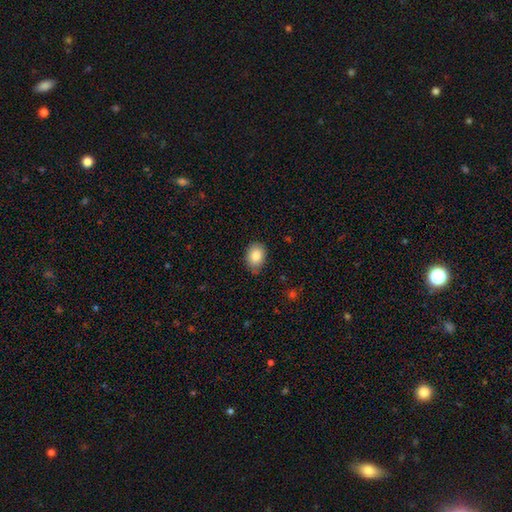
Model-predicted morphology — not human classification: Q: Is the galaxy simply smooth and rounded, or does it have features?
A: smooth — 85%.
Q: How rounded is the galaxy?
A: in between — 73%.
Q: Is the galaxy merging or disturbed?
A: none — 74%.